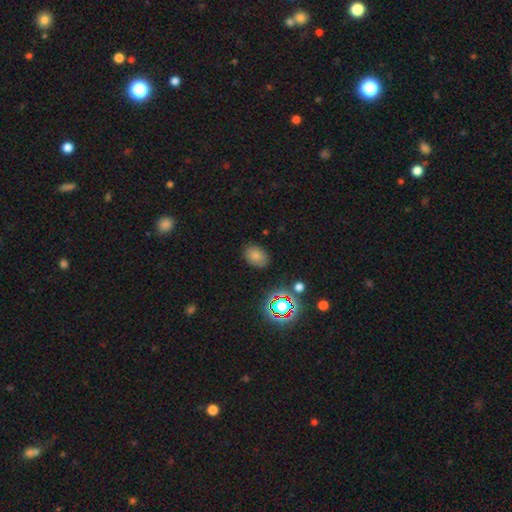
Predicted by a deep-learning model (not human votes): Smooth or featured? Predicted: smooth (p=0.75). How rounded? Predicted: in between (p=0.72). Merging? Predicted: none (p=0.84).